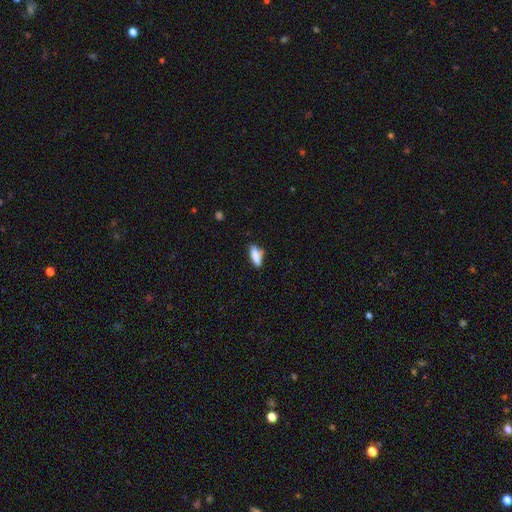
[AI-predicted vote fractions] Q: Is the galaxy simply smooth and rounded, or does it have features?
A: smooth — 83%.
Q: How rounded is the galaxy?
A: in between — 62%.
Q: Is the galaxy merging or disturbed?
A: none — 73%.